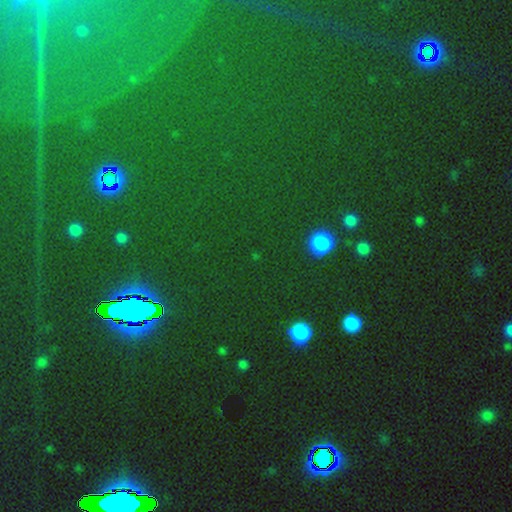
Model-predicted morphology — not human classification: This is likely a star or artifact rather than a galaxy (71%).